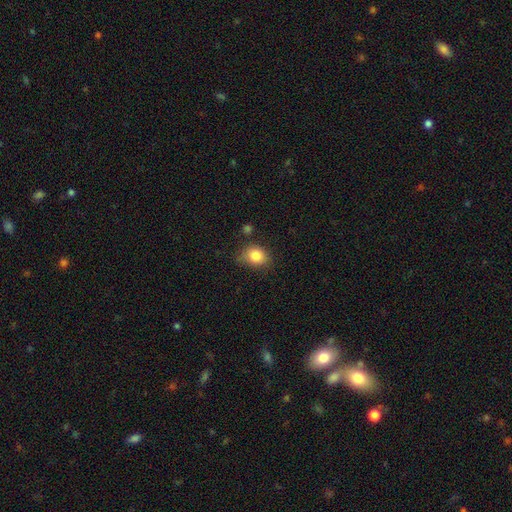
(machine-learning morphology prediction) Smooth or featured?
  - smooth: 84% *
  - star or artifact: 10%
  - featured or disk: 7%
How rounded?
  - round: 55% *
  - in between: 44%
  - cigar-shaped: 1%
Merging?
  - none: 67% *
  - minor disturbance: 24%
  - major disturbance: 5%
  - merger: 4%